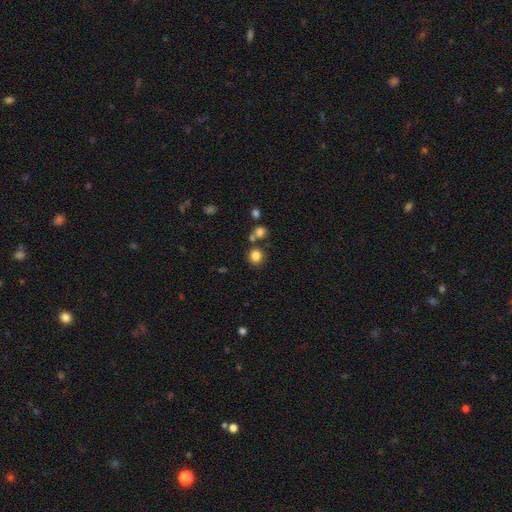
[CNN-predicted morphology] Overall: smooth (81%). How rounded: round (89%). Merging: none (76%).